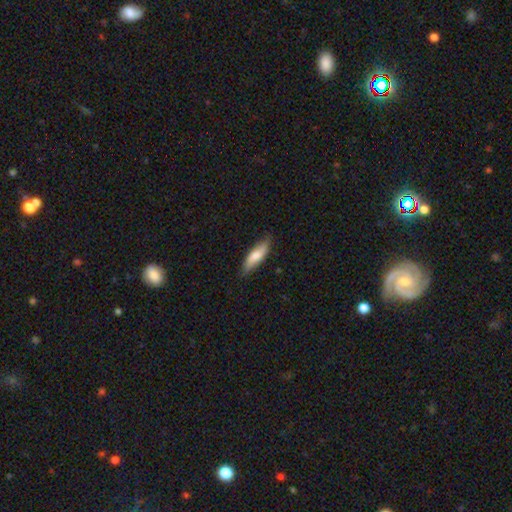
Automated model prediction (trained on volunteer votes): Smooth or featured? smooth (73%)
How rounded? cigar-shaped (55%)
Merging? none (80%)